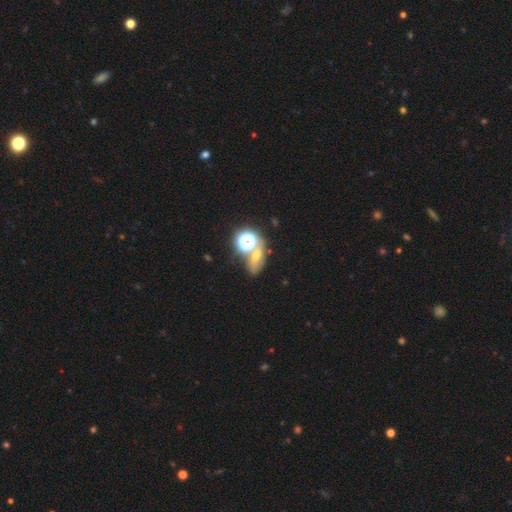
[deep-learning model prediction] smooth-or-featured: smooth: 39% | star or artifact: 38% | featured or disk: 22%
  merging: none: 48% | merger: 28% | minor disturbance: 13% | major disturbance: 10%